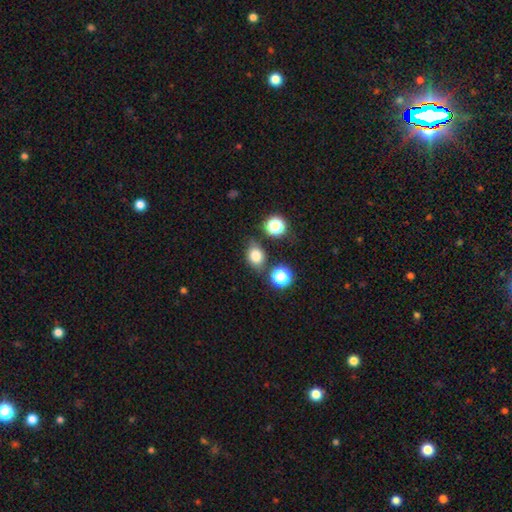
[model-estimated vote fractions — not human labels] Smooth or featured: smooth — 78% (star or artifact — 14%)
How rounded: in between — 51% (round — 48%)
Merging: none — 72% (minor disturbance — 16%)